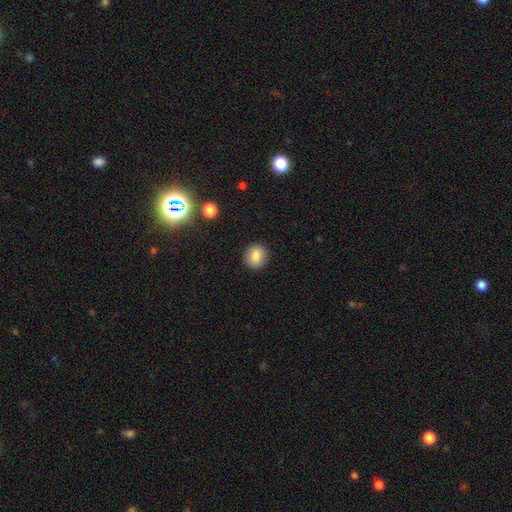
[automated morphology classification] A smooth galaxy with no disk features (84%) that is round (76%). Merging: none (89%).